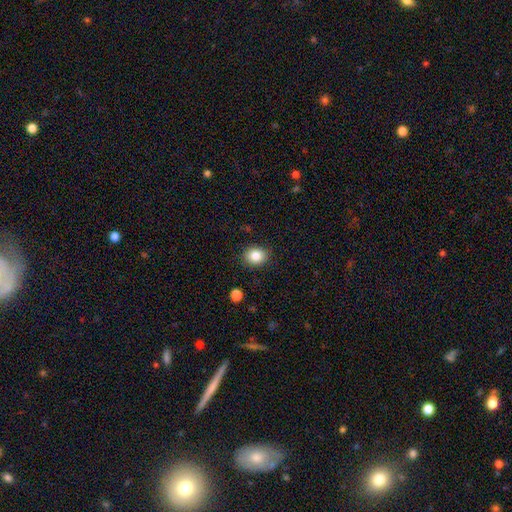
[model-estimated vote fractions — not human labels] A smooth galaxy with no disk features (85%) that is round (61%). Merging: none (87%).